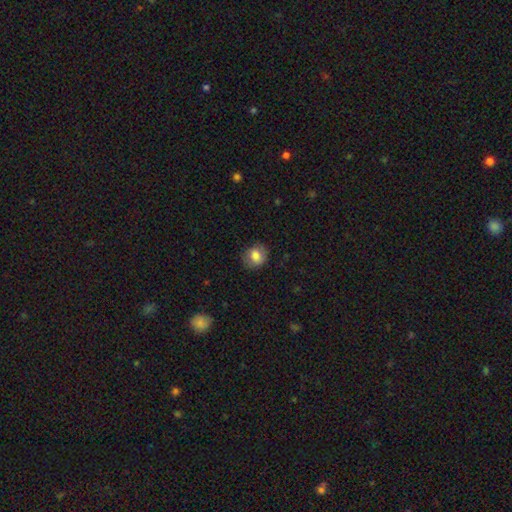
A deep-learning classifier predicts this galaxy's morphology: Smooth or featured? Predicted: smooth (p=0.80). How rounded? Predicted: round (p=0.72). Merging? Predicted: none (p=0.81).